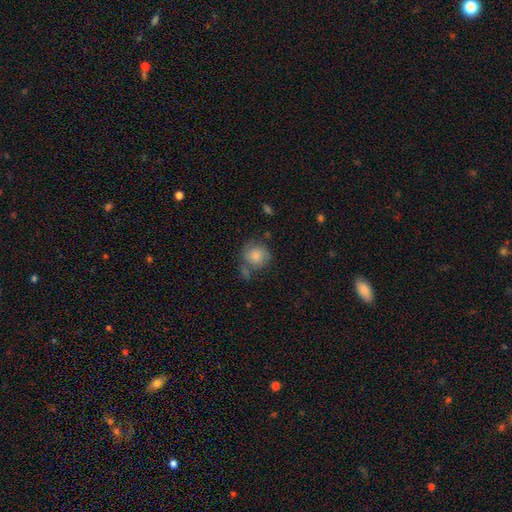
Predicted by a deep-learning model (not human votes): smooth-or-featured: smooth: 78% | featured or disk: 14% | star or artifact: 8%
  how-rounded: round: 86% | in between: 13% | cigar-shaped: 1%
  merging: none: 59% | minor disturbance: 21% | merger: 12% | major disturbance: 8%